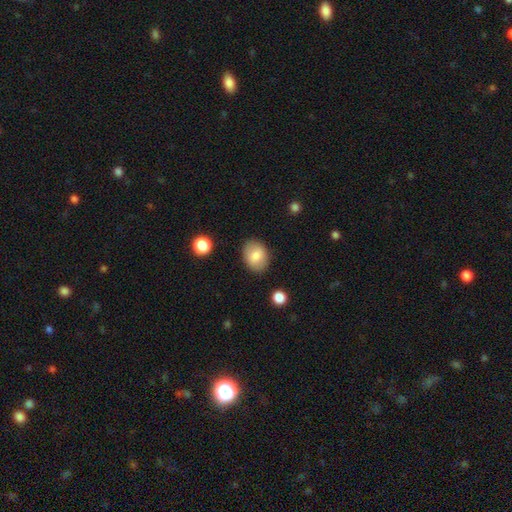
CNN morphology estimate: smooth_or_featured: smooth (p=0.80) [alt: featured or disk p=0.12]
how_rounded: in between (p=0.67) [alt: round p=0.32]
merging: none (p=0.85) [alt: minor disturbance p=0.11]